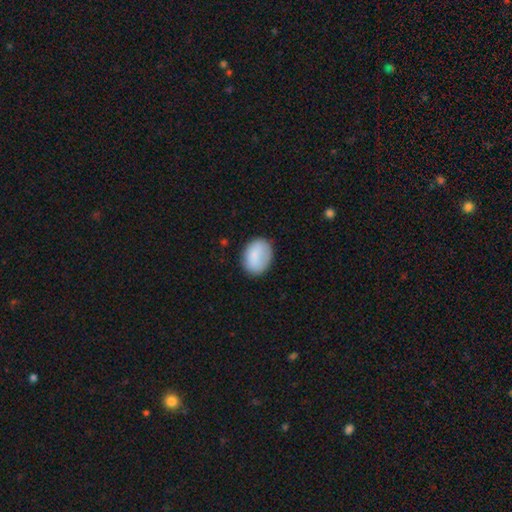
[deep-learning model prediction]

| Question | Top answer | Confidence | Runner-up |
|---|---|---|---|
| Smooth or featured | smooth | 83% | featured or disk (10%) |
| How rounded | in between | 67% | round (32%) |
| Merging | none | 77% | minor disturbance (17%) |